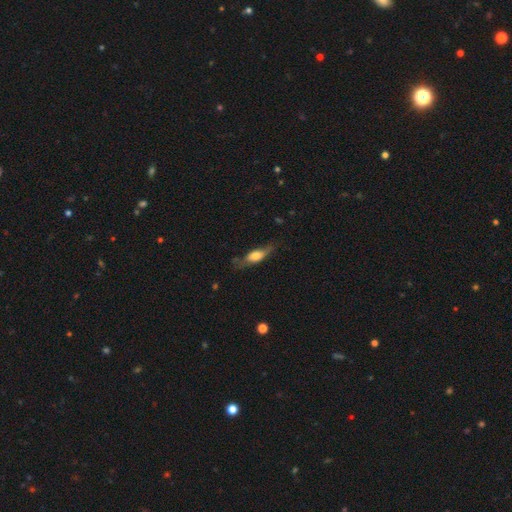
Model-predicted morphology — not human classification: This appears to be a smooth galaxy with no disk features (56%) that is in between round and cigar-shaped (63%). Merging: none (55%).